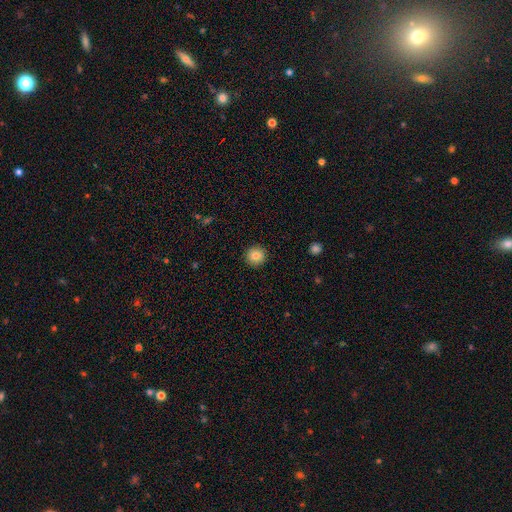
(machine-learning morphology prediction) This appears to be a smooth galaxy with no disk features (84%) that is round (94%). Merging: none (92%).